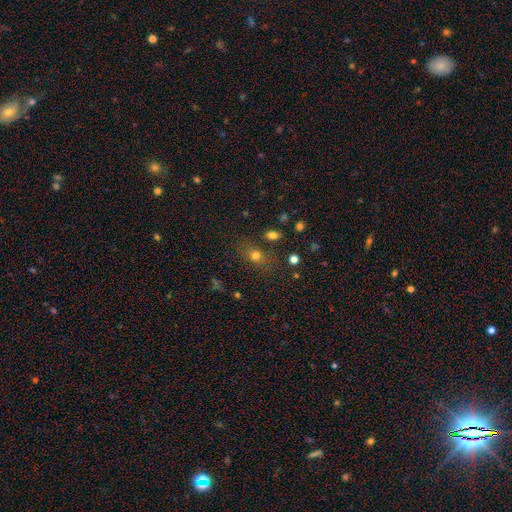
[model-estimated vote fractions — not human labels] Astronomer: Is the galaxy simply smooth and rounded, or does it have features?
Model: smooth — 72%.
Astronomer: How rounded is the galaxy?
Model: in between — 59% (runner-up: round, 37%).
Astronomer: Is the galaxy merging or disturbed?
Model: none — 72%.